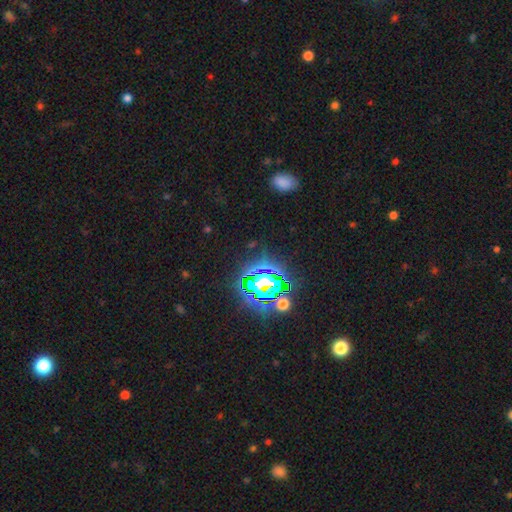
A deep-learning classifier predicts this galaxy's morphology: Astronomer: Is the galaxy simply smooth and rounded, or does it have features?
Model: star or artifact — 81%.